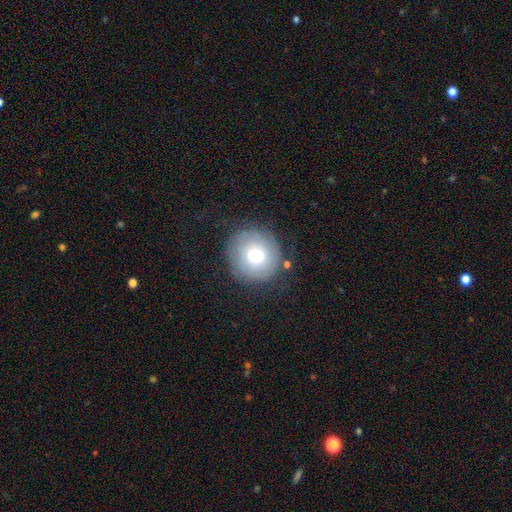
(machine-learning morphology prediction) A smooth galaxy with no disk features (69%) that is round (93%). Merging: none (79%).